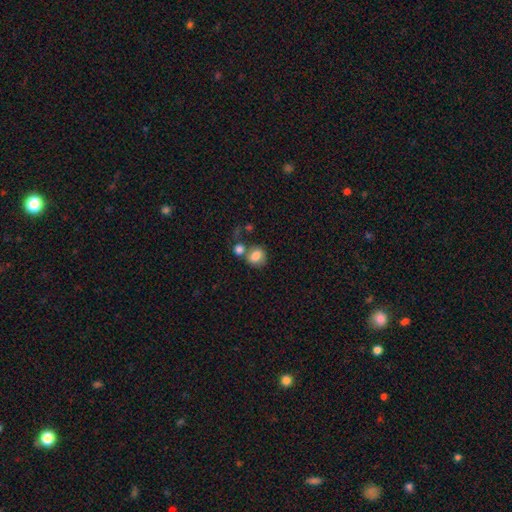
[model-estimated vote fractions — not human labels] Overall: smooth (81%). How rounded: round (61%; in between 38%). Merging: none (45%; merger 35%).